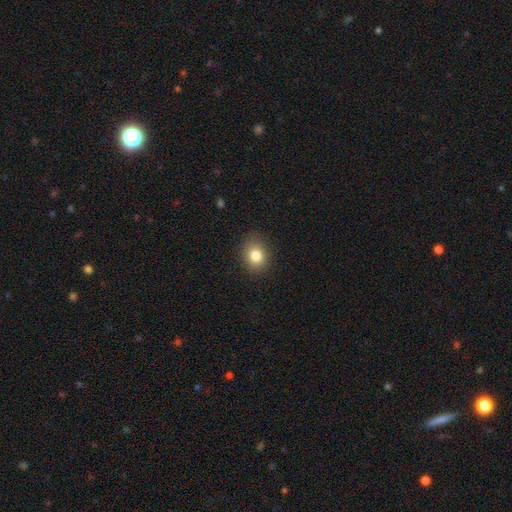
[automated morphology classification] This appears to be a smooth galaxy with no disk features (82%) that is round (56%). Merging: none (87%).